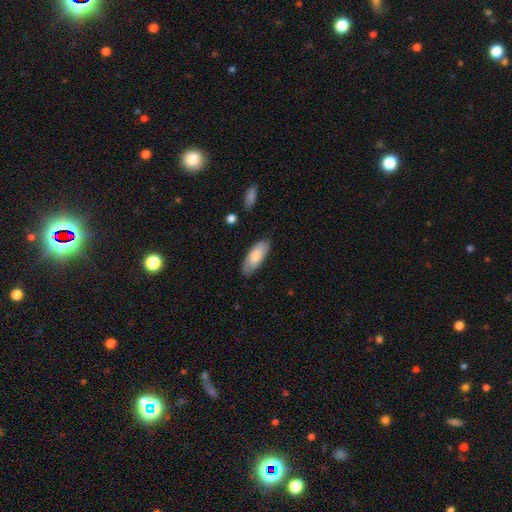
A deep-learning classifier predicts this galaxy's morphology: This is likely a smooth galaxy (73%). How rounded: likely in between (79%). Merging: likely none (80%).